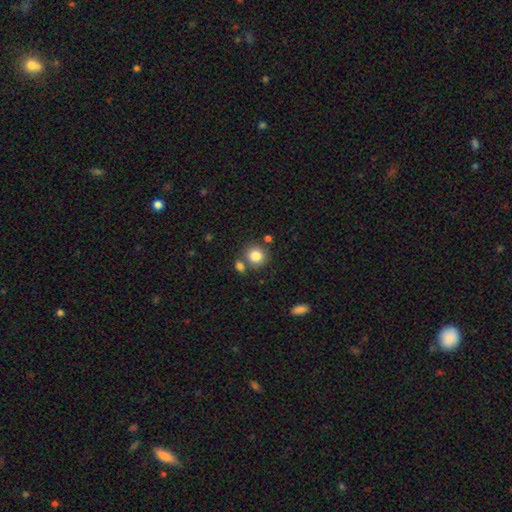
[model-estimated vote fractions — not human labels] A smooth galaxy with no disk features (84%) that is round (87%). Merging: none (71%).